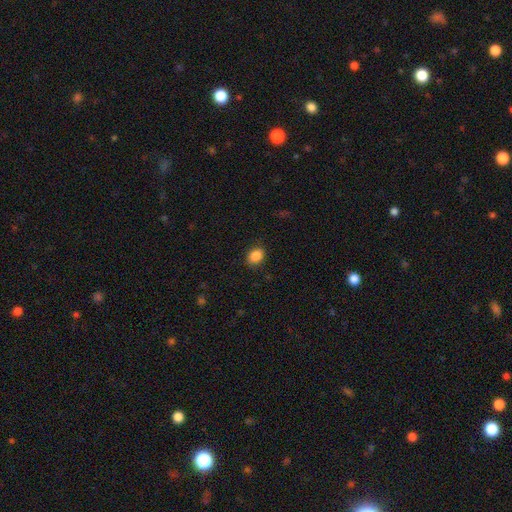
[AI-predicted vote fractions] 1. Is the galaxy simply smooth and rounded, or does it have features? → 88% smooth, 9% star or artifact, 3% featured or disk.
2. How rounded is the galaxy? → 54% in between, 45% round, 1% cigar-shaped.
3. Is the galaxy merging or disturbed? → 85% none, 11% minor disturbance, 3% major disturbance, 1% merger.